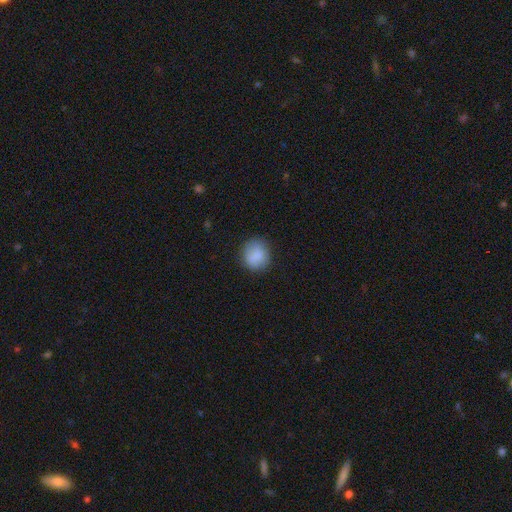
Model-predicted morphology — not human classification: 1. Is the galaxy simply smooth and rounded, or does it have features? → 85% smooth, 8% star or artifact, 7% featured or disk.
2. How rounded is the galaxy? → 82% round, 17% in between, 1% cigar-shaped.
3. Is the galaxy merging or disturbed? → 81% none, 14% minor disturbance, 4% major disturbance, 1% merger.